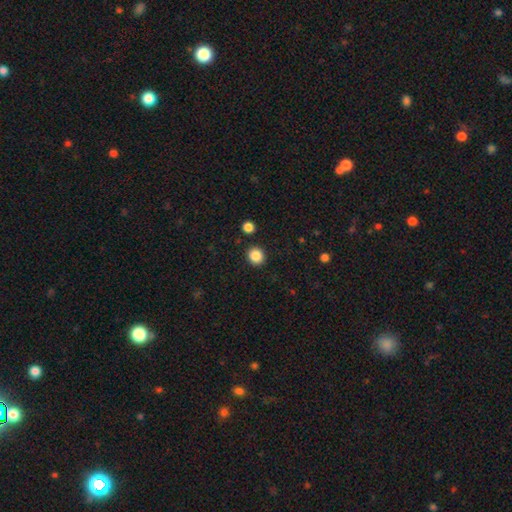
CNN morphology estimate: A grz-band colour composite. It shows a smooth galaxy with no disk features (86%) that is round (85%). Merging: none (90%).